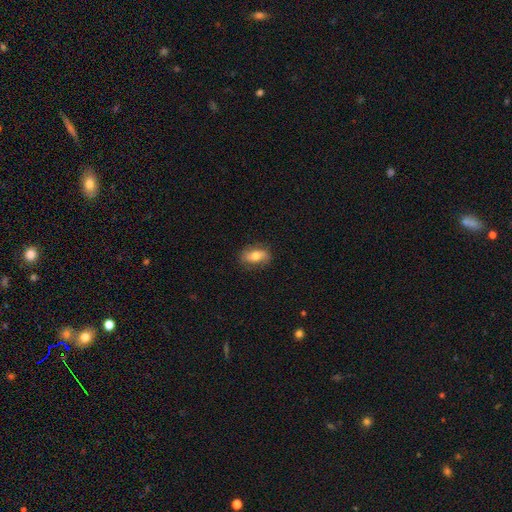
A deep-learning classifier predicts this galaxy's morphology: This appears to be a smooth galaxy with no disk features (60%) that is in between round and cigar-shaped (83%). Merging: none (78%).